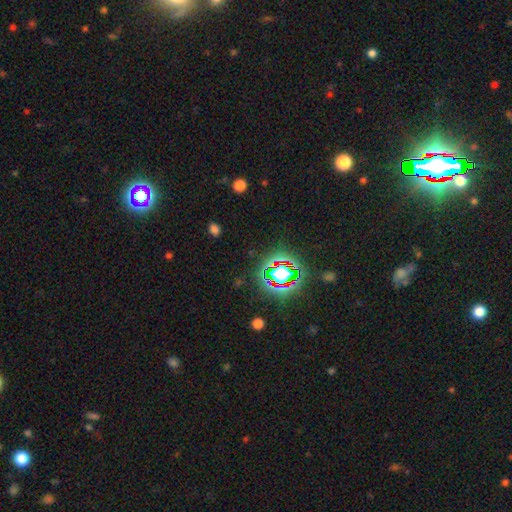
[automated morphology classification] A star or artifact, not a galaxy (78%).